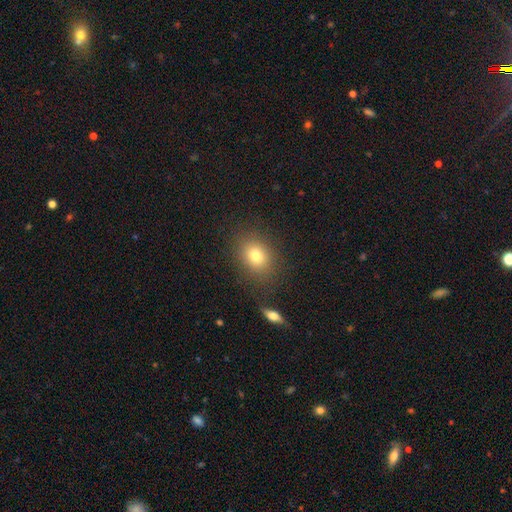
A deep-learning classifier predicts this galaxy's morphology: Overall: smooth (77%). How rounded: round (50%; in between 48%). Merging: none (82%).